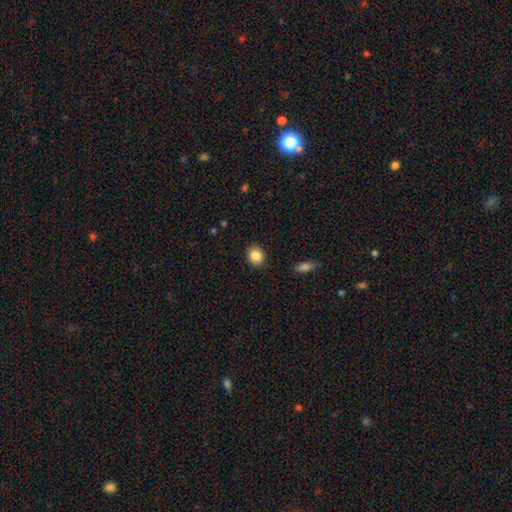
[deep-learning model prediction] Q: Smooth or featured?
A: smooth (86%); runner-up: star or artifact (9%)
Q: How rounded?
A: round (62%); runner-up: in between (37%)
Q: Merging?
A: none (89%); runner-up: minor disturbance (8%)